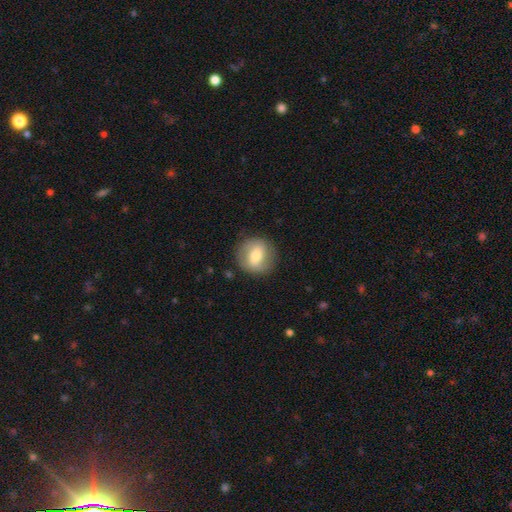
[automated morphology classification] Smooth or featured? smooth (57%)
How rounded? round (86%)
Merging? none (84%)